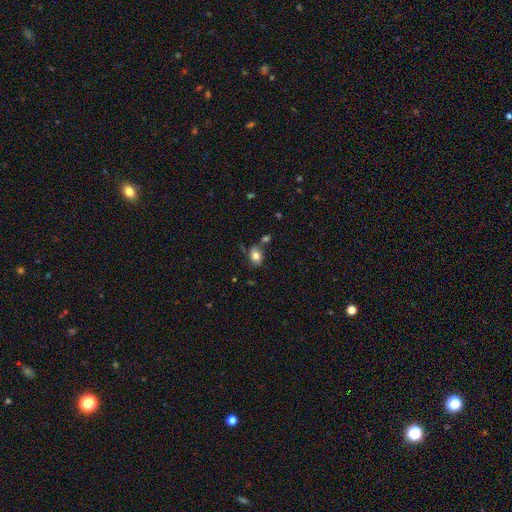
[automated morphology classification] type=smooth (77%); roundness=in between (70%); merging=none (59%).